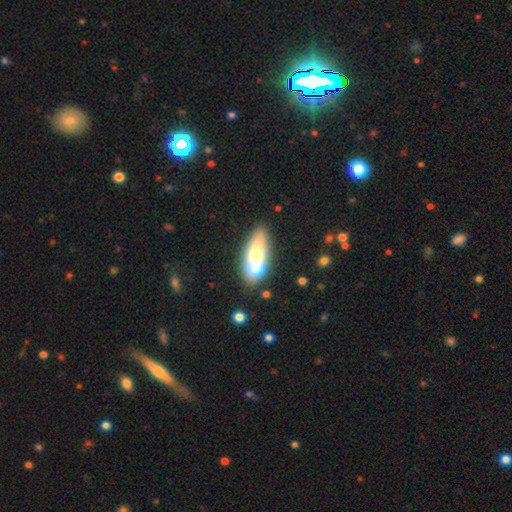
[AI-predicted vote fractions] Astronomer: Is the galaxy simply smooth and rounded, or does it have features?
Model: smooth — 59%.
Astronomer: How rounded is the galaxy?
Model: in between — 73%.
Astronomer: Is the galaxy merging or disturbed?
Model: merger — 47% (runner-up: none, 36%).